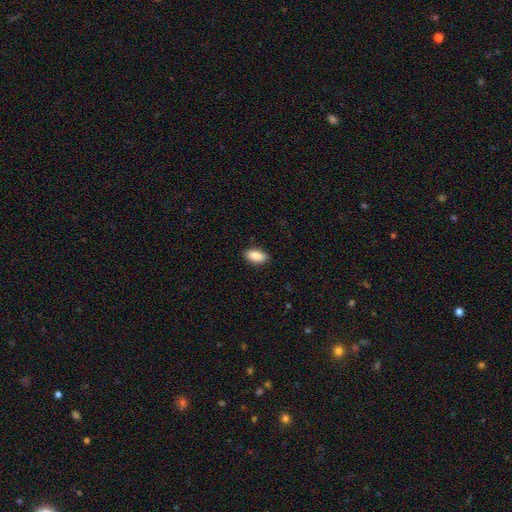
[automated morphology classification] smooth 89%, star or artifact 7%, featured or disk 5%. Down the decision tree: how rounded — in between (93%); merging — none (89%).